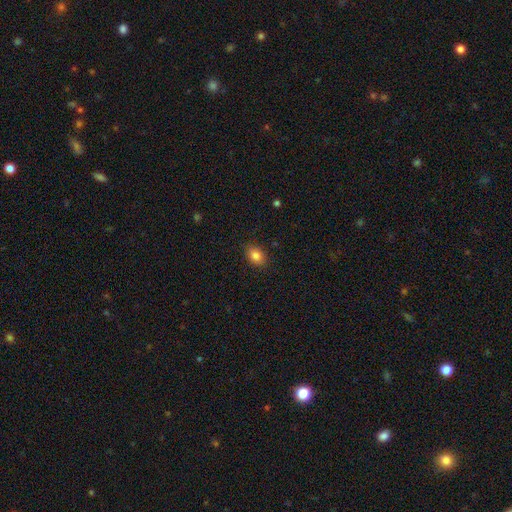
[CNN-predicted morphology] Smooth or featured: smooth — 85% (star or artifact — 9%)
How rounded: in between — 74% (round — 24%)
Merging: none — 87% (minor disturbance — 9%)